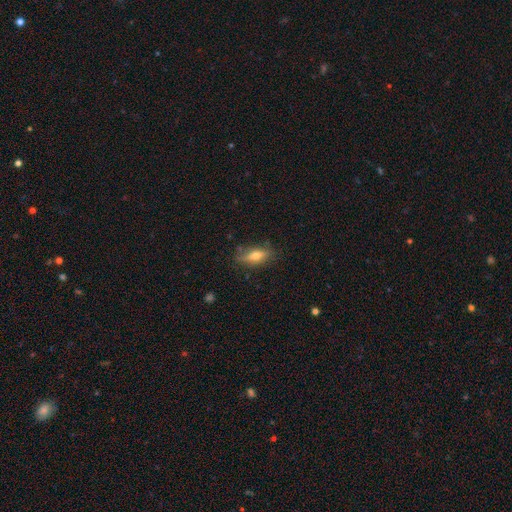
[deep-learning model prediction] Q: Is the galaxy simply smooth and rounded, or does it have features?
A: smooth — 53%.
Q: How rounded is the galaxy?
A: in between — 56%.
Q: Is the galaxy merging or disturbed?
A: none — 78%.